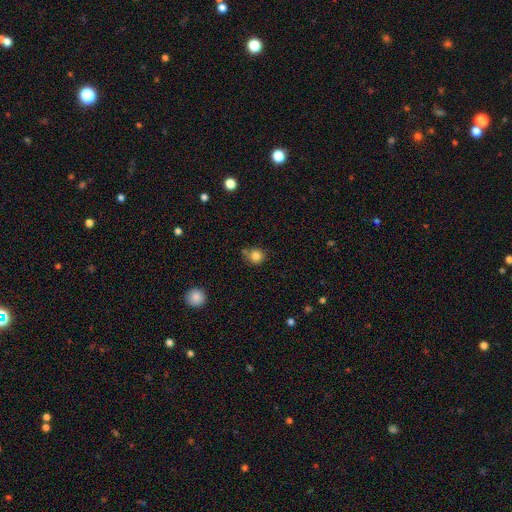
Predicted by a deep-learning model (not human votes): Overall: smooth (83%). How rounded: round (89%). Merging: none (68%).